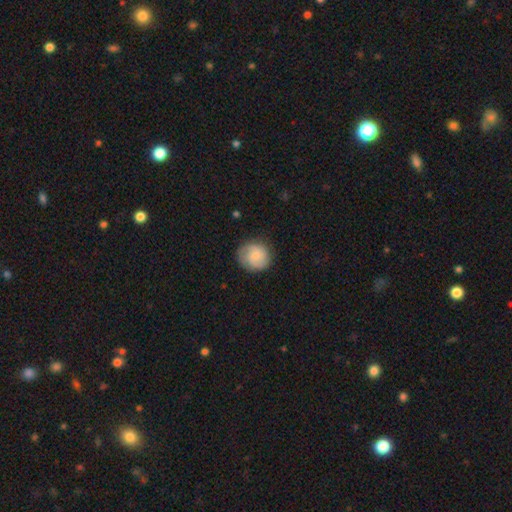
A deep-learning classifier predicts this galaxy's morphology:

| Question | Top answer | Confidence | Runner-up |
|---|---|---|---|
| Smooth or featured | smooth | 61% | featured or disk (31%) |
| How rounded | round | 87% | in between (12%) |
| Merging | none | 80% | minor disturbance (14%) |